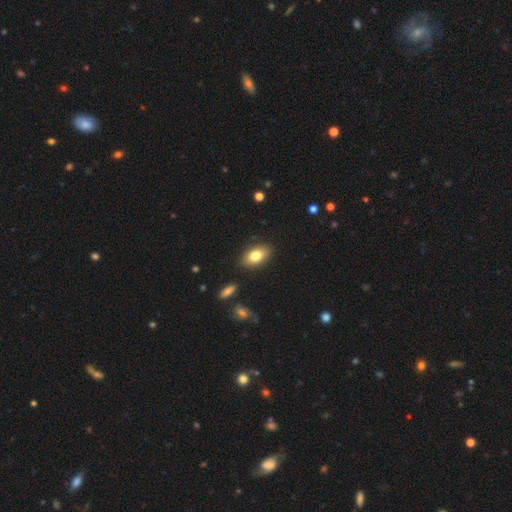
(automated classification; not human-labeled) smooth_or_featured: smooth (p=0.80) [alt: featured or disk p=0.13]
how_rounded: in between (p=0.90) [alt: round p=0.07]
merging: none (p=0.88) [alt: minor disturbance p=0.09]